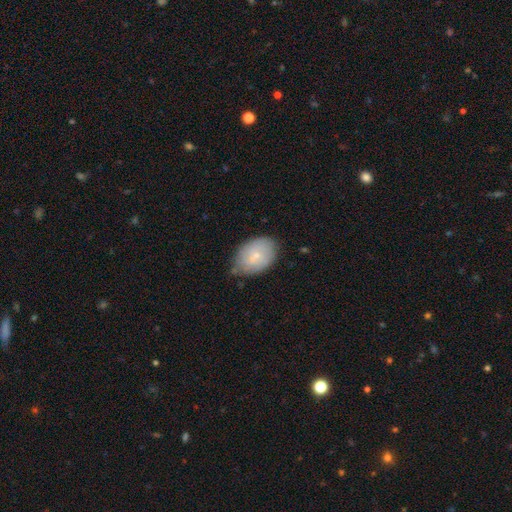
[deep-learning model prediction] Q: Smooth or featured?
A: smooth (65%); runner-up: featured or disk (29%)
Q: How rounded?
A: in between (82%); runner-up: round (16%)
Q: Merging?
A: none (70%); runner-up: minor disturbance (23%)